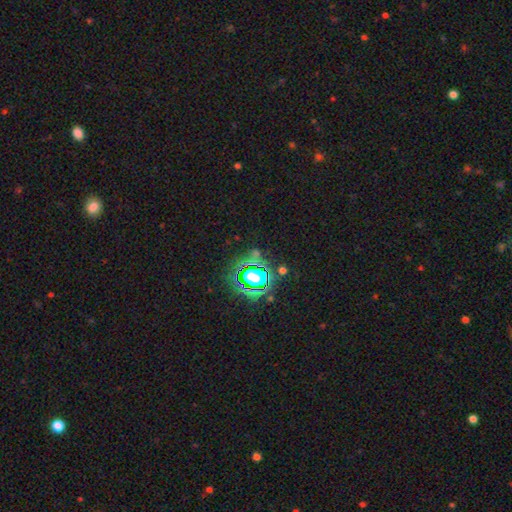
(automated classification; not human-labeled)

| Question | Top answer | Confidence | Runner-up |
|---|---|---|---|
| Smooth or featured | star or artifact | 73% | smooth (19%) |